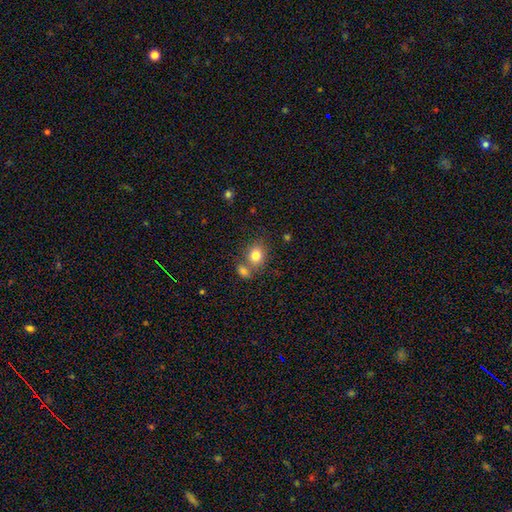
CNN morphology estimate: smooth 81%, star or artifact 11%, featured or disk 9%. Down the decision tree: how rounded — round (60%); merging — none (57%).